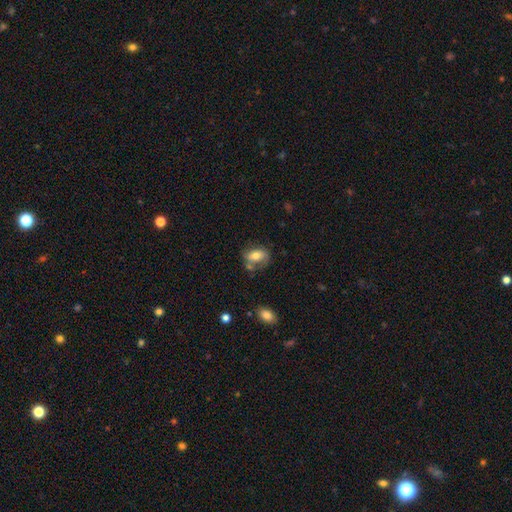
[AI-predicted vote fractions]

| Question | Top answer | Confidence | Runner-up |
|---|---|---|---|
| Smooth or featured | smooth | 64% | featured or disk (28%) |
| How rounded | in between | 81% | round (15%) |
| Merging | none | 55% | minor disturbance (23%) |